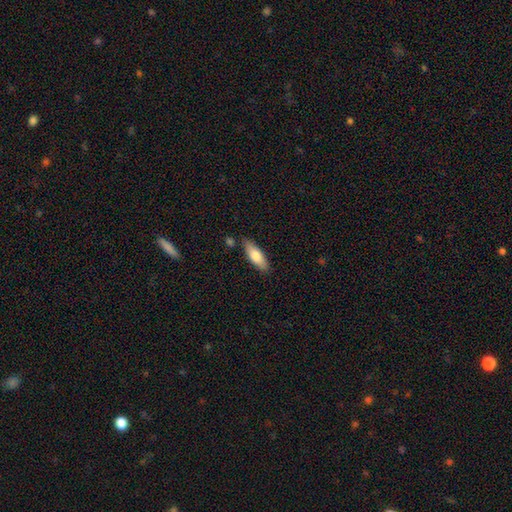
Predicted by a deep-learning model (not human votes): This is likely a smooth galaxy (74%). How rounded: possibly in between (58%). Merging: clearly none (80%).